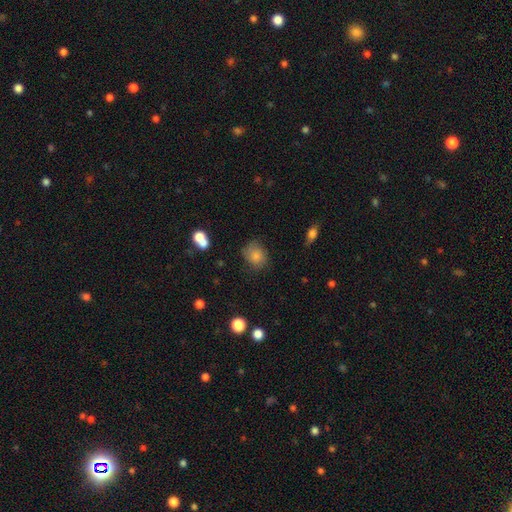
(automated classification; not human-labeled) Overall: smooth (78%). How rounded: round (66%; in between 33%). Merging: none (68%).